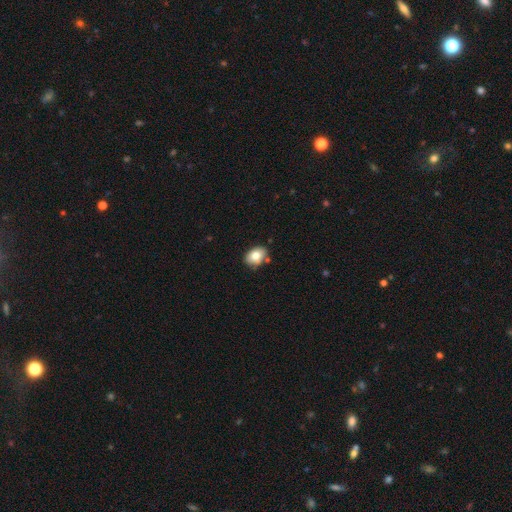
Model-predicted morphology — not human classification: Smooth or featured? smooth (78%)
How rounded? in between (70%)
Merging? none (74%)